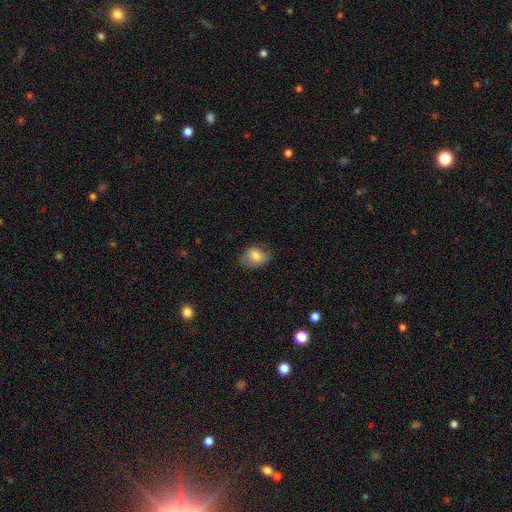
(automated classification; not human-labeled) Smooth or featured? smooth (76%)
How rounded? in between (75%)
Merging? none (66%)